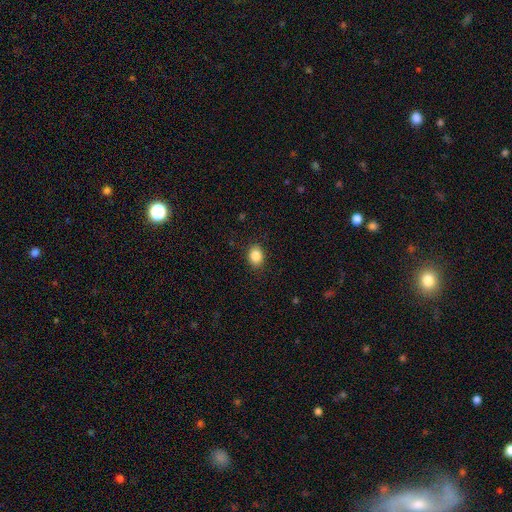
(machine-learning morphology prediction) type=smooth (87%); roundness=in between (62%); merging=none (88%).